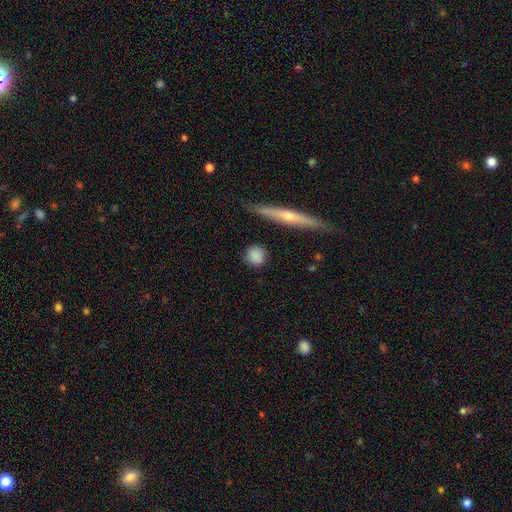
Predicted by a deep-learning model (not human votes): Smooth or featured? Predicted: smooth (p=0.83). How rounded? Predicted: round (p=0.84). Merging? Predicted: none (p=0.84).